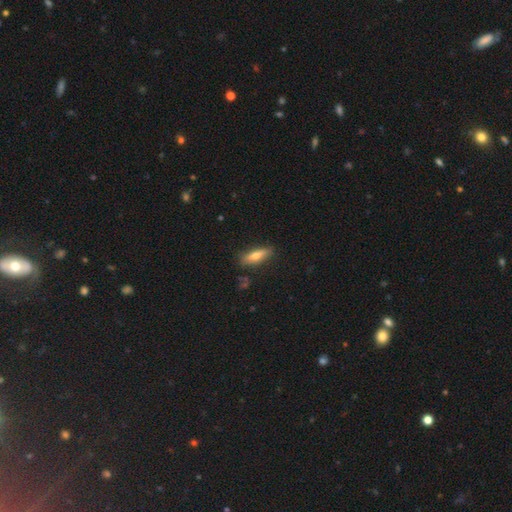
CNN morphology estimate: The model was most divided on "how rounded": cigar-shaped: 55%, in between: 43%, round: 2%. More confident: merging — none (82%); smooth or featured — smooth (64%).